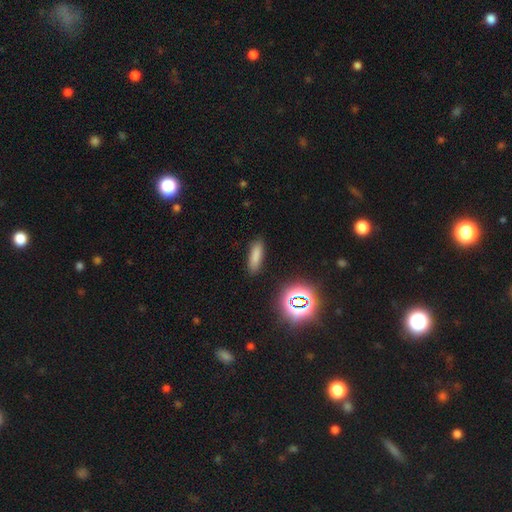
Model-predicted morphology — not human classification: This is likely a smooth galaxy (77%). How rounded: possibly cigar-shaped (56%). Merging: clearly none (87%).